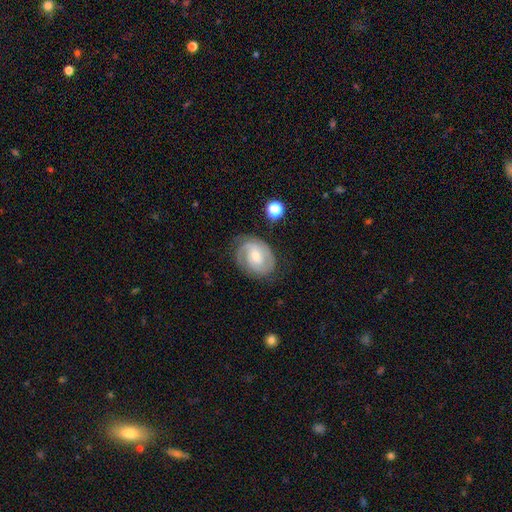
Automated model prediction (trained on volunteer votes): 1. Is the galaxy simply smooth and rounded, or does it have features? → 80% featured or disk, 14% smooth, 6% star or artifact.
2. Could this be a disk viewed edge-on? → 97% no, 3% yes.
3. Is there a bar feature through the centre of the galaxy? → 49% weak, 39% no, 12% strong.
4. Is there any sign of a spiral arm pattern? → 95% yes, 5% no.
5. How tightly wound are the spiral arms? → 56% tight, 36% medium, 8% loose.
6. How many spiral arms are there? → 63% 2, 15% can't tell, 11% 3, 7% 1, 2% 4, 2% more than 4.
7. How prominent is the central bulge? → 50% moderate, 44% small, 3% large, 2% none, 1% dominant.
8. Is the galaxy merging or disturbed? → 73% none, 18% minor disturbance, 7% major disturbance, 2% merger.